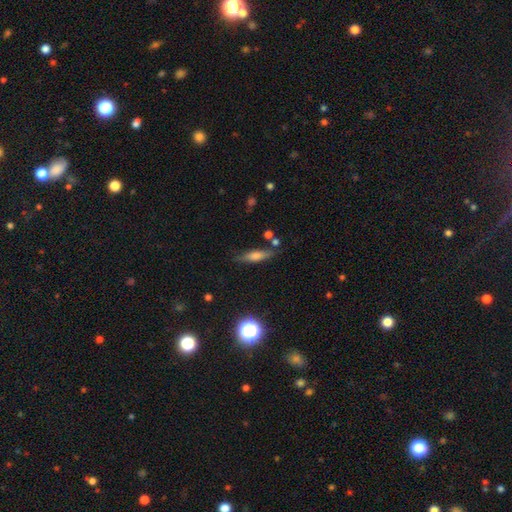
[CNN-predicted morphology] smooth 52%, featured or disk 34%, star or artifact 13%. Down the decision tree: how rounded — cigar-shaped (69%); merging — none (78%).